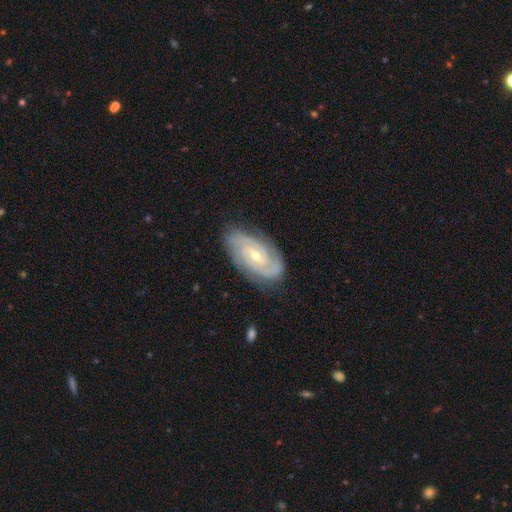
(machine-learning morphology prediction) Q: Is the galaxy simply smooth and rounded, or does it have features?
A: featured or disk — 89%.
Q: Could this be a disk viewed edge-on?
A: no — 96%.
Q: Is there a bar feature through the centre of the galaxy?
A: no — 53%.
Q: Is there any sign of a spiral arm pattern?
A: yes — 98%.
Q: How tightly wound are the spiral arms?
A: tight — 67%.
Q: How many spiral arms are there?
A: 2 — 41%.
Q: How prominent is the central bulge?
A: small — 61%.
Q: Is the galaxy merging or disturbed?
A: none — 82%.